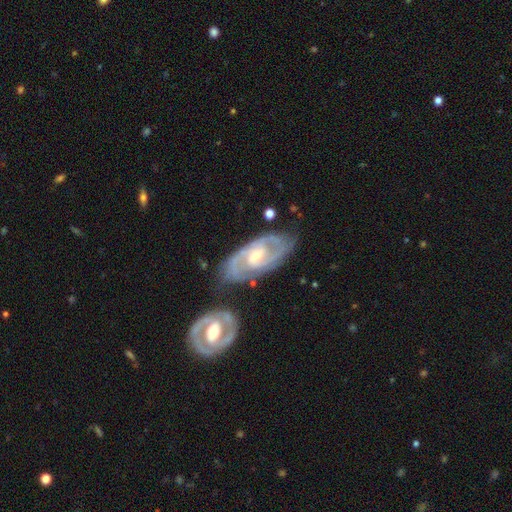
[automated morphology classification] Smooth or featured? featured or disk (88%)
Edge-on disk? no (95%)
Bar? weak (49%)
Spiral arms? yes (97%)
Spiral winding? tight (50%)
Spiral arm count? 2 (69%)
Bulge size? small (51%)
Merging? none (64%)